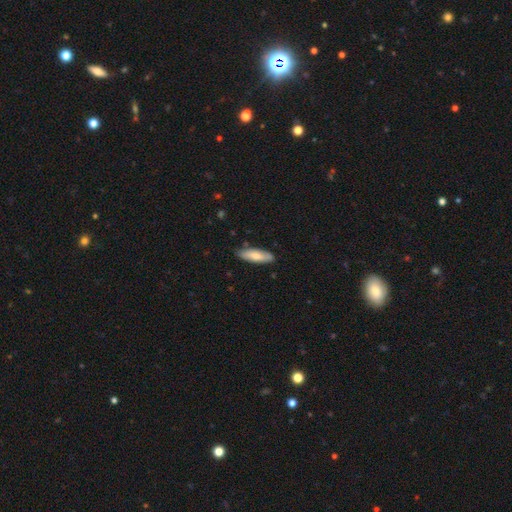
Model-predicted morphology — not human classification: Overall: smooth (70%). How rounded: in between (50%; cigar-shaped 48%). Merging: none (83%).